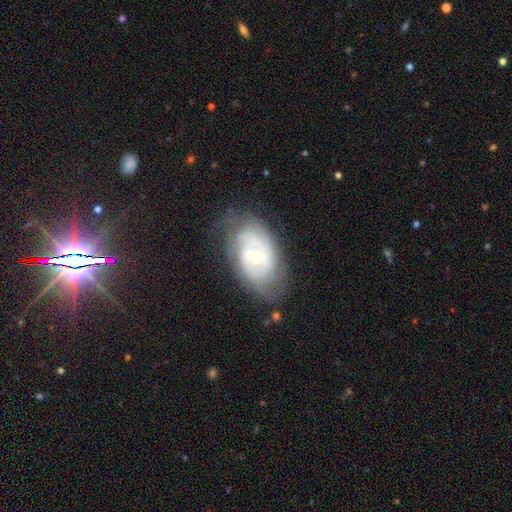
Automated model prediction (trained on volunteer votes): This appears to be a featured or disk galaxy (79%) with no bar (63%), tight (65%) spiral arms (87%) and a small central bulge (51%). Merging: none (65%).